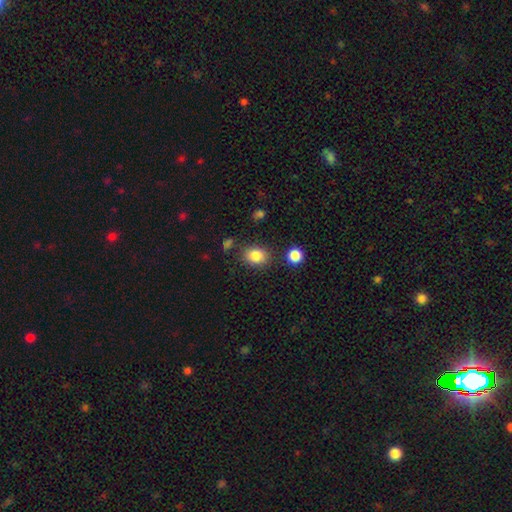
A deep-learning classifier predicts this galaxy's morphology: A smooth galaxy with no disk features (84%) that is in between round and cigar-shaped (51%).

Vote fractions:
- Smooth or featured? smooth: 84% / star or artifact: 10% / featured or disk: 6%
- How rounded? in between: 51% / round: 48% / cigar-shaped: 1%
- Merging? none: 80% / minor disturbance: 12% / merger: 5% / major disturbance: 4%